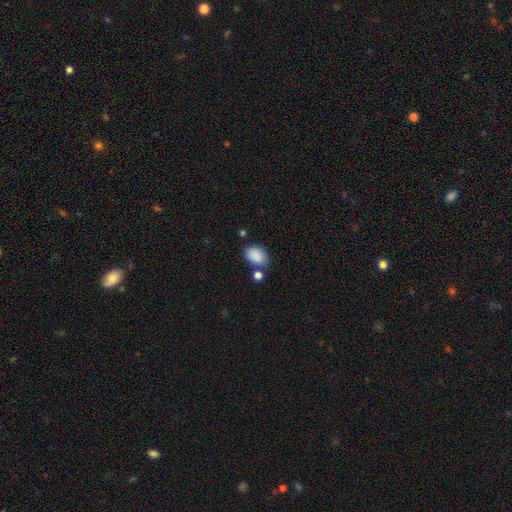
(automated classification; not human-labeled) Smooth or featured?
  - smooth: 88% *
  - star or artifact: 8%
  - featured or disk: 4%
How rounded?
  - in between: 80% *
  - round: 19%
  - cigar-shaped: 1%
Merging?
  - none: 70% *
  - minor disturbance: 14%
  - merger: 12%
  - major disturbance: 4%